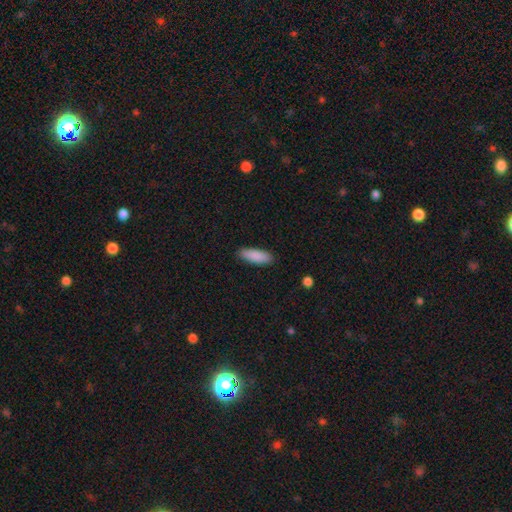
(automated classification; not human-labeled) This is clearly a smooth galaxy (89%). How rounded: possibly in between (57%). Merging: clearly none (87%).